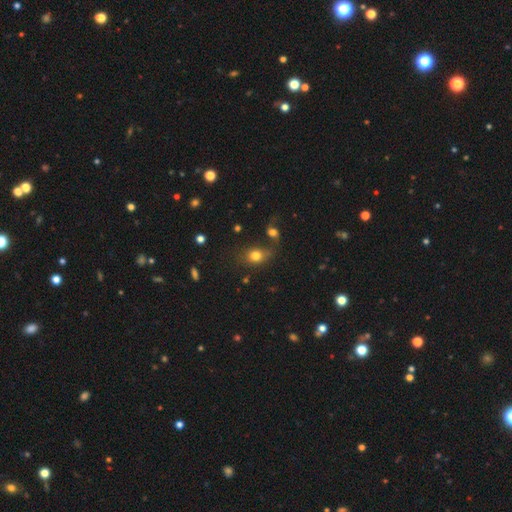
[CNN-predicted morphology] This is likely a smooth galaxy (76%). How rounded: possibly in between (54%). Merging: possibly none (56%).